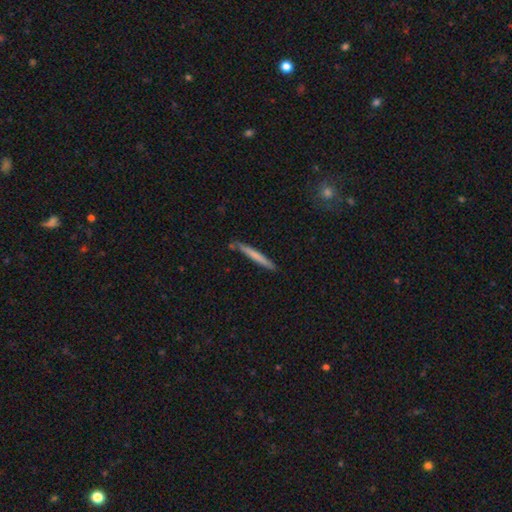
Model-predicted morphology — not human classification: type=smooth (66%); roundness=cigar-shaped (97%); merging=none (84%).